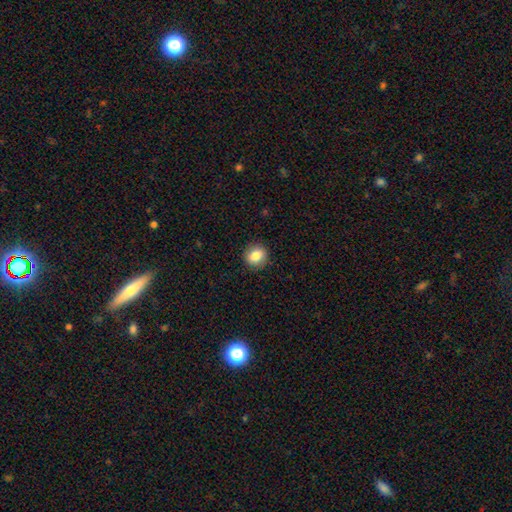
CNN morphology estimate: A smooth galaxy with no disk features (84%) that is round (78%). Merging: none (90%).